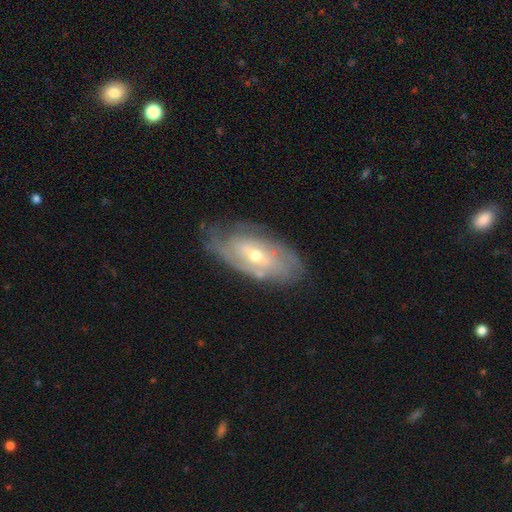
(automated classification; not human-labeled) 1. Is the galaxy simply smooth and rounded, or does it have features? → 74% featured or disk, 18% smooth, 8% star or artifact.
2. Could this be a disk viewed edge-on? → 89% no, 11% yes.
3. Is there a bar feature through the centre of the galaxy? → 47% no, 39% weak, 14% strong.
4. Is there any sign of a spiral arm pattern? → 85% yes, 15% no.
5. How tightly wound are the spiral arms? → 65% tight, 26% medium, 9% loose.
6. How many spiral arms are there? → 50% can't tell, 27% 2, 10% 3, 5% 4, 4% 1, 4% more than 4.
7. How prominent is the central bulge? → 49% moderate, 47% small, 2% large, 1% none, 1% dominant.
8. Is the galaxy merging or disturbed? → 74% none, 19% minor disturbance, 5% major disturbance, 2% merger.